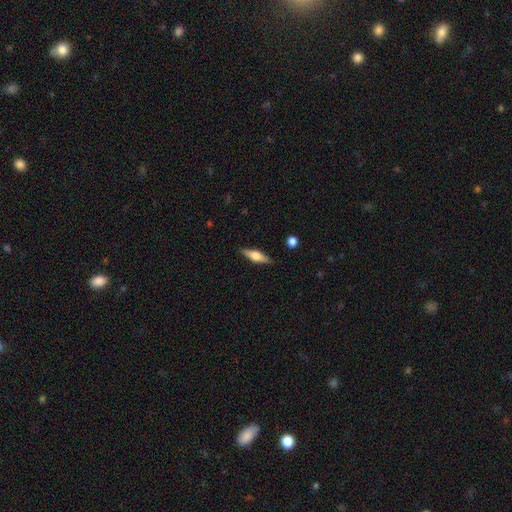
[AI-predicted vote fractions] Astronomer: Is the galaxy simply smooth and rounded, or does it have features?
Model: featured or disk — 54% (runner-up: smooth, 40%).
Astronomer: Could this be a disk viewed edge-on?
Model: yes — 95%.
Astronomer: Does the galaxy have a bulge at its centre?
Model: rounded — 89%.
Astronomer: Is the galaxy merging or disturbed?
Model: none — 87%.